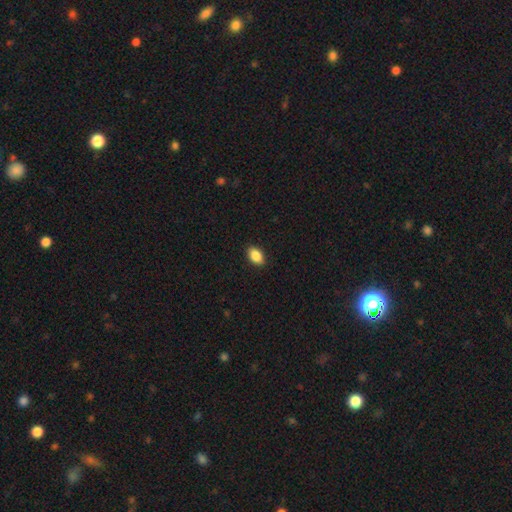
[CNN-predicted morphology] Q: Smooth or featured?
A: smooth (88%); runner-up: star or artifact (8%)
Q: How rounded?
A: in between (89%); runner-up: round (9%)
Q: Merging?
A: none (89%); runner-up: minor disturbance (8%)